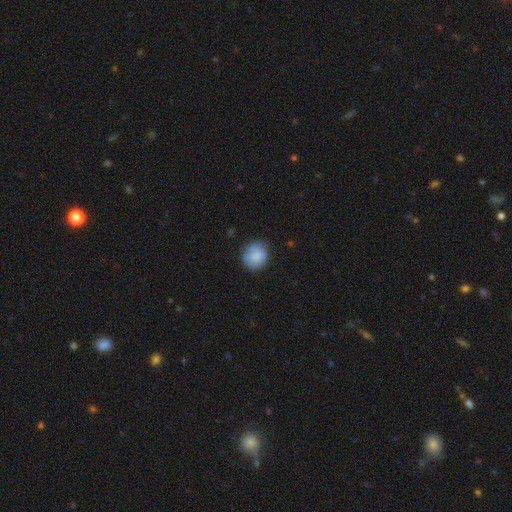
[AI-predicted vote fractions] A smooth galaxy with no disk features (83%) that is round (79%).

Vote fractions:
- Smooth or featured? smooth: 83% / featured or disk: 10% / star or artifact: 7%
- How rounded? round: 79% / in between: 20% / cigar-shaped: 1%
- Merging? none: 70% / minor disturbance: 23% / major disturbance: 5% / merger: 2%